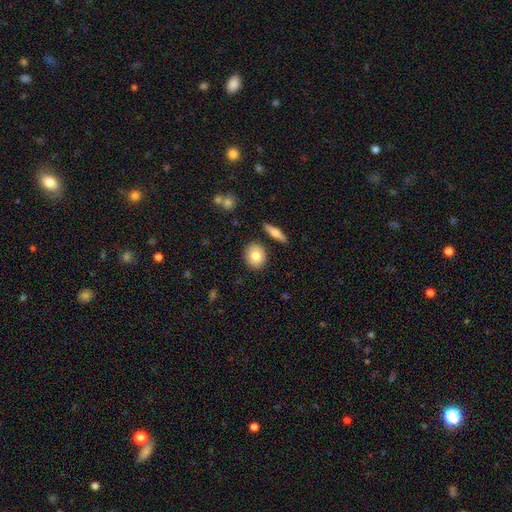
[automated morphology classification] This is likely a smooth galaxy (78%). How rounded: likely round (68%). Merging: clearly none (86%).